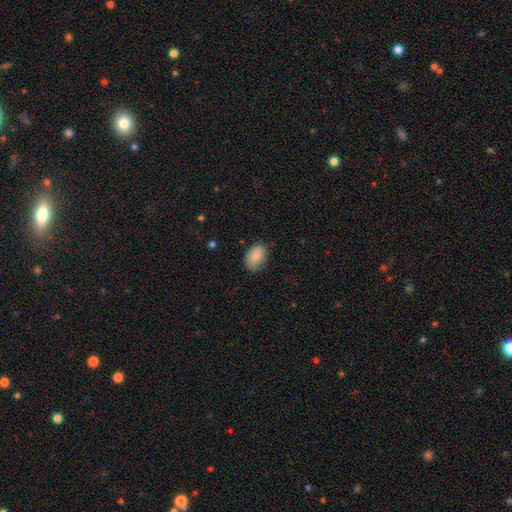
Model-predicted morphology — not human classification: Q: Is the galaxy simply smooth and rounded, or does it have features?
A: smooth — 87%.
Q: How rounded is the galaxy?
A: in between — 85%.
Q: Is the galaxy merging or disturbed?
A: none — 80%.